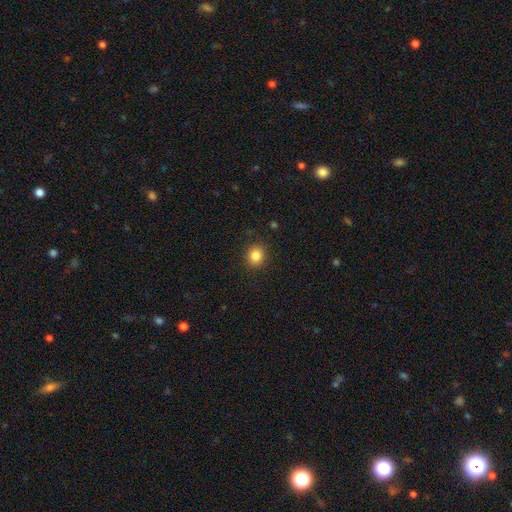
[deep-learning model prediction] Smooth or featured? smooth (84%)
How rounded? round (81%)
Merging? none (89%)